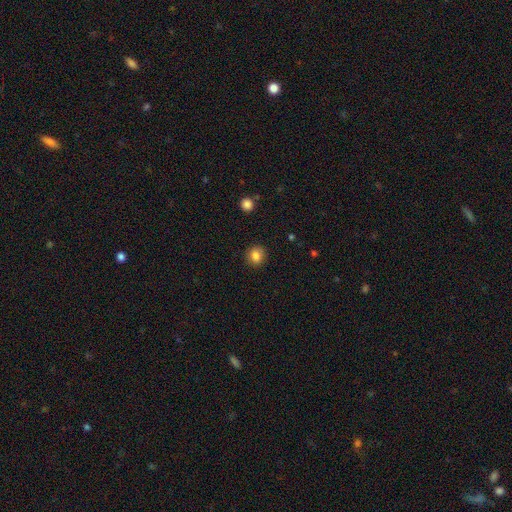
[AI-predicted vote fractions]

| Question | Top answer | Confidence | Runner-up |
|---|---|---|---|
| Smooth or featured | smooth | 85% | star or artifact (10%) |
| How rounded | round | 83% | in between (16%) |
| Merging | none | 89% | minor disturbance (7%) |